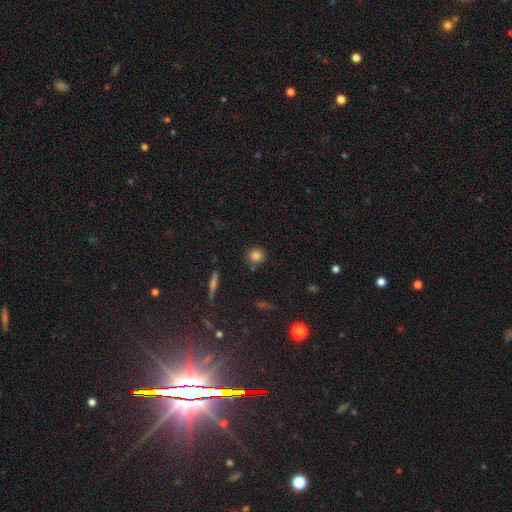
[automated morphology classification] Smooth or featured: smooth — 81% (star or artifact — 11%)
How rounded: round — 88% (in between — 10%)
Merging: none — 84% (minor disturbance — 9%)